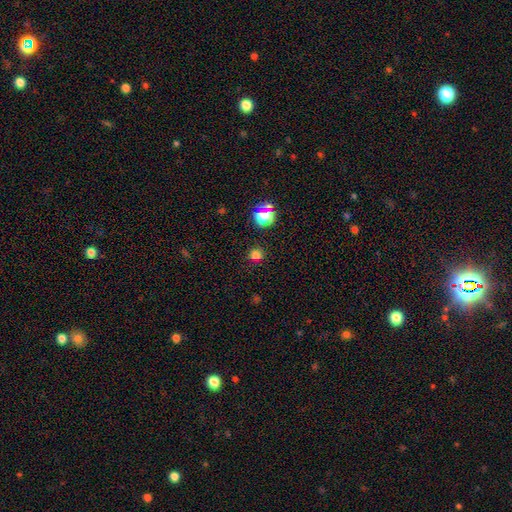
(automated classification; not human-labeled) The model was most divided on "smooth or featured": smooth: 70%, star or artifact: 25%, featured or disk: 4%. More confident: how rounded — round (88%); merging — none (84%).